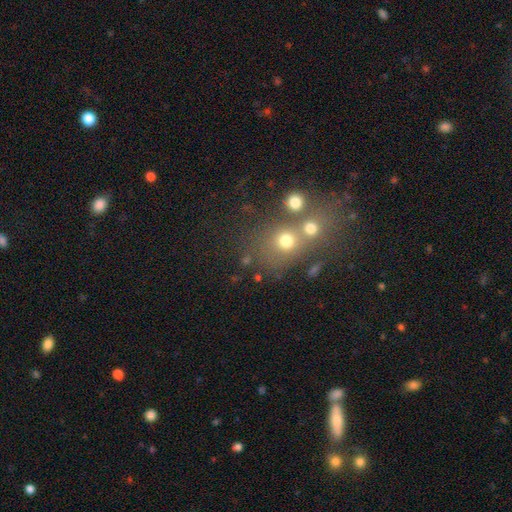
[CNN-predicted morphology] Smooth or featured? Predicted: smooth (p=0.50). Merging? Predicted: none (p=0.44).